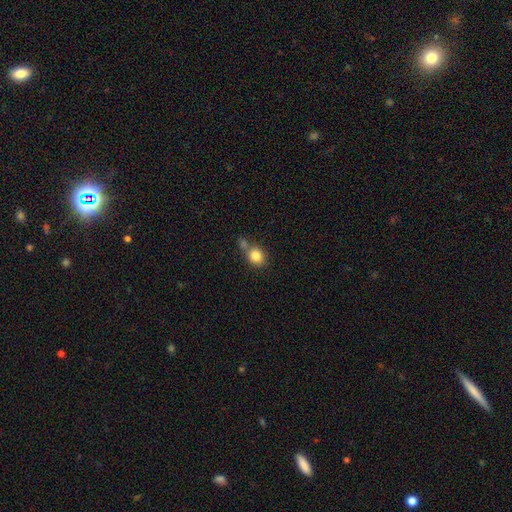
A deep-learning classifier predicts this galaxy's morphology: smooth 84%, star or artifact 9%, featured or disk 7%. Down the decision tree: how rounded — round (73%); merging — none (53%).